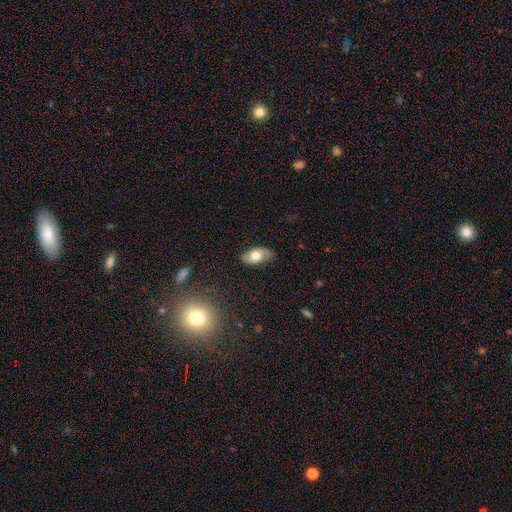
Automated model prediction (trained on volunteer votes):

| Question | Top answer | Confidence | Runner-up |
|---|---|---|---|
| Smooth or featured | smooth | 66% | featured or disk (26%) |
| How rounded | in between | 92% | round (4%) |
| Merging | none | 81% | minor disturbance (15%) |